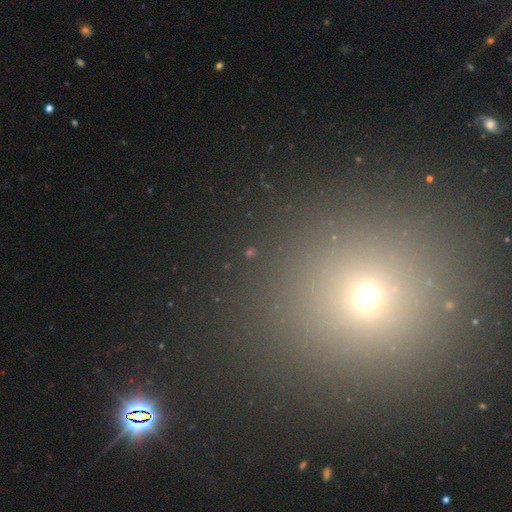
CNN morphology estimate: Smooth or featured? Predicted: smooth (p=0.46). Merging? Predicted: none (p=0.86).